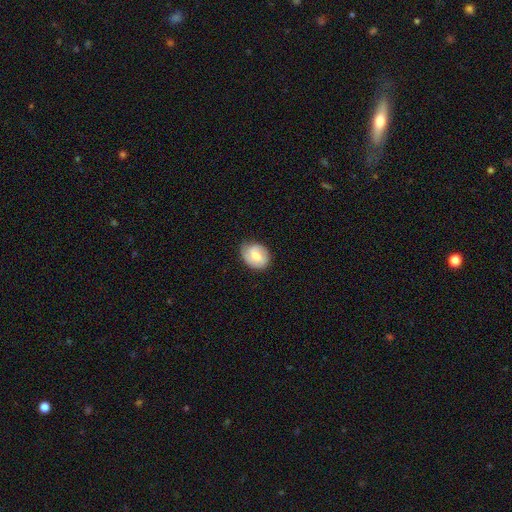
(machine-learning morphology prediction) This is possibly a smooth galaxy (56%). How rounded: possibly in between (50%). Merging: likely none (73%).